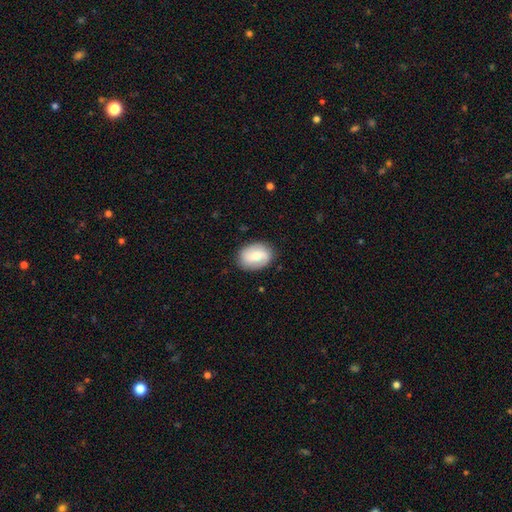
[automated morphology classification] smooth-or-featured: smooth: 50% | featured or disk: 43% | star or artifact: 7%
  how-rounded: in between: 74% | round: 25% | cigar-shaped: 1%
  merging: none: 84% | minor disturbance: 12% | major disturbance: 3% | merger: 1%